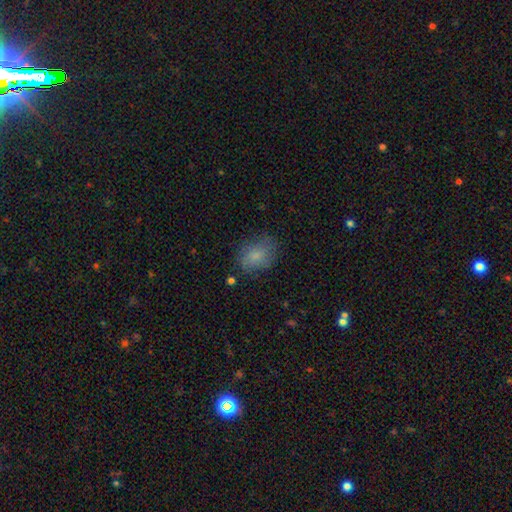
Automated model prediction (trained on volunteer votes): Overall: smooth (79%). How rounded: in between (69%; round 30%). Merging: none (71%).